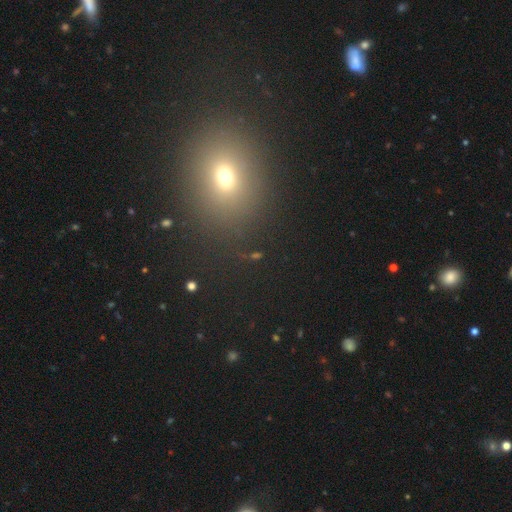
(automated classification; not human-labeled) star or artifact 45%, smooth 44%, featured or disk 11%.